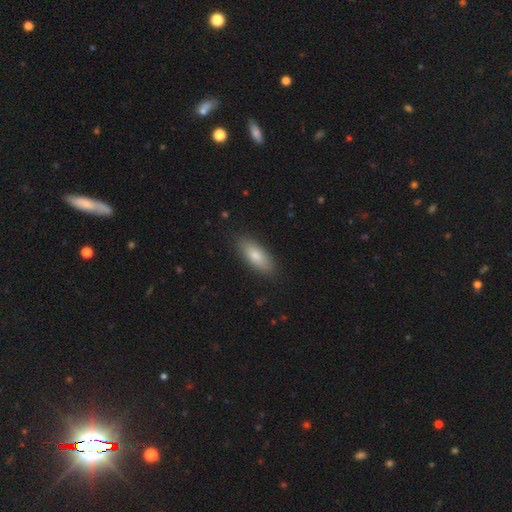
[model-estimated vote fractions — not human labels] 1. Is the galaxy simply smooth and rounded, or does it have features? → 80% smooth, 14% featured or disk, 6% star or artifact.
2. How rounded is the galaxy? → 77% in between, 21% cigar-shaped, 2% round.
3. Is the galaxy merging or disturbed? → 85% none, 11% minor disturbance, 3% major disturbance, 1% merger.